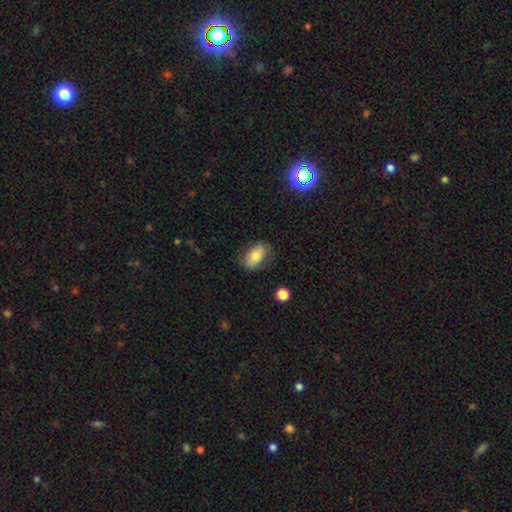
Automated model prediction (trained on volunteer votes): Smooth or featured: smooth — 74% (featured or disk — 19%)
How rounded: in between — 90% (round — 8%)
Merging: none — 74% (minor disturbance — 18%)